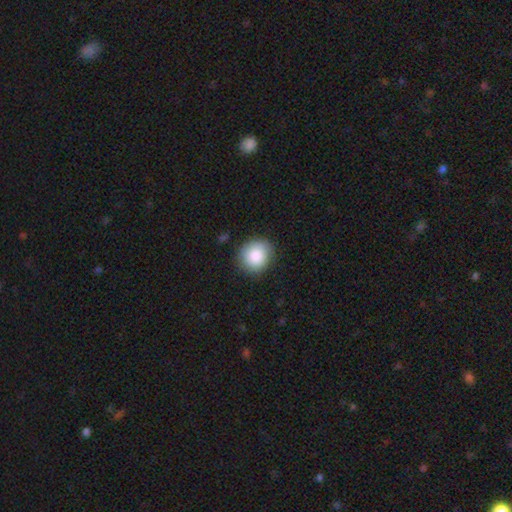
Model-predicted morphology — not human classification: The model was most divided on "how rounded": round: 82%, in between: 17%, cigar-shaped: 1%. More confident: smooth or featured — smooth (87%); merging — none (85%).